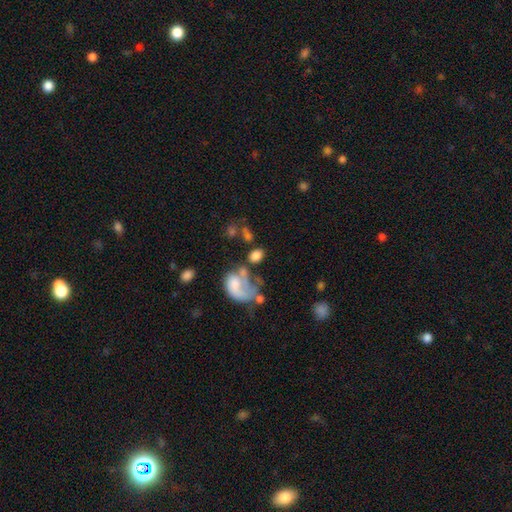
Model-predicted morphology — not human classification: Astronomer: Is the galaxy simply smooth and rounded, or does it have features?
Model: smooth — 64%.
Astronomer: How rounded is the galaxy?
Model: in between — 70%.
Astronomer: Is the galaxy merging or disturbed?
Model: none — 33% (runner-up: merger, 29%).